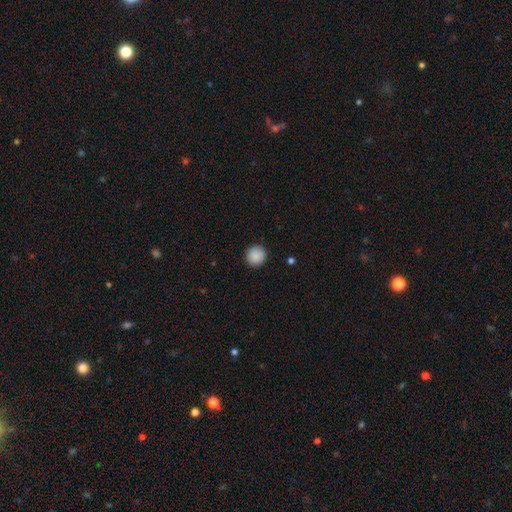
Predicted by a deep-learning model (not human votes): smooth 89%, star or artifact 8%, featured or disk 3%. Down the decision tree: how rounded — round (94%); merging — none (91%).